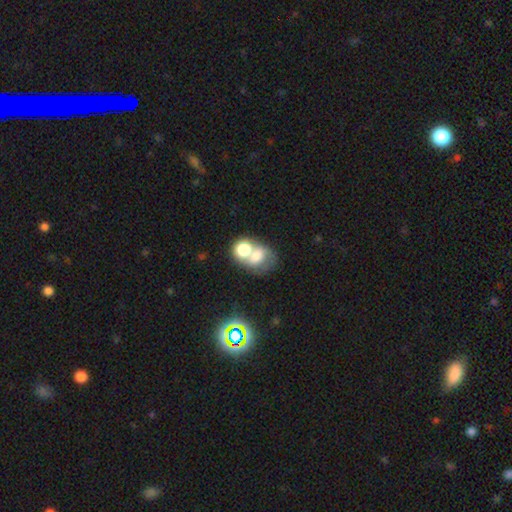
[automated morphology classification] Smooth or featured? Predicted: smooth (p=0.62). How rounded? Predicted: round (p=0.49, tied with in between). Merging? Predicted: merger (p=0.62).